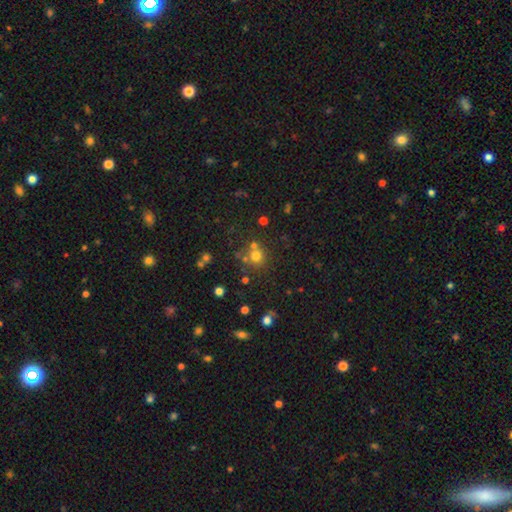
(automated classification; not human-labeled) This appears to be a smooth galaxy with no disk features (69%) that is round (89%). Merging: none (64%).